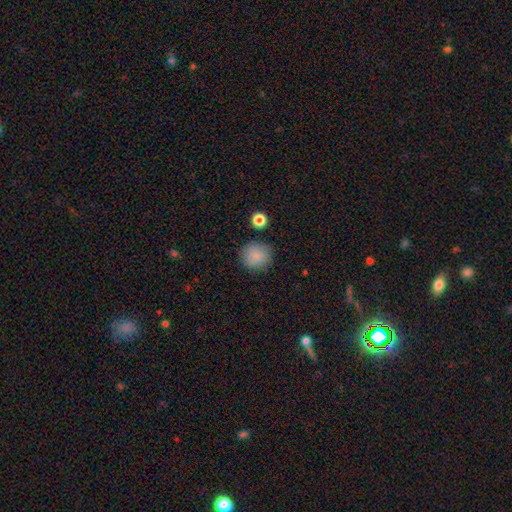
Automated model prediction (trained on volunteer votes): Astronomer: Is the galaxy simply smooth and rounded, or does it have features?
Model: smooth — 87%.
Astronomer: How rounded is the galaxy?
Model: round — 92%.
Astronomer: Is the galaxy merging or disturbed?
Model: none — 86%.